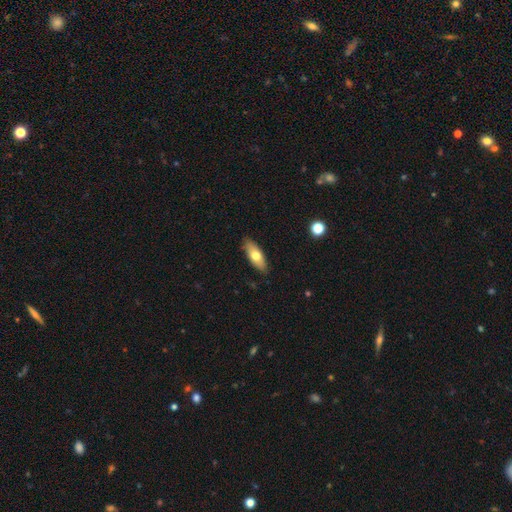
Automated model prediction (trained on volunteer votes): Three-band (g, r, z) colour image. It shows a smooth galaxy with no disk features (67%) that is in between round and cigar-shaped (70%). Merging: none (87%).